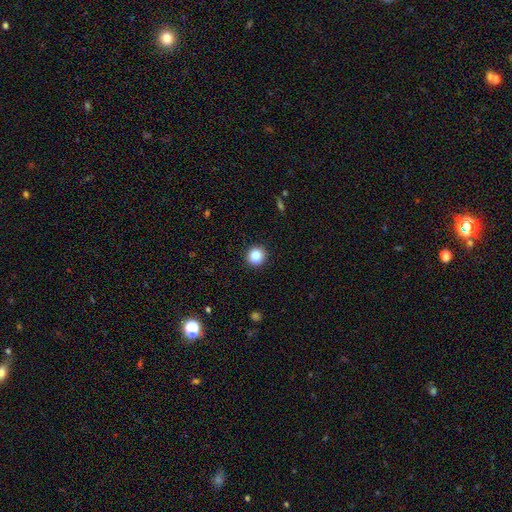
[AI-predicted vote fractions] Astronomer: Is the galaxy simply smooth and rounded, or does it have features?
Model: smooth — 87%.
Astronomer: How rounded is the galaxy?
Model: round — 93%.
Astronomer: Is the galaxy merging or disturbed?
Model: none — 92%.